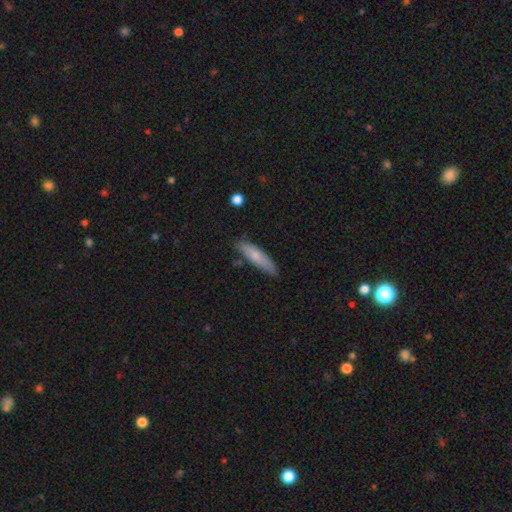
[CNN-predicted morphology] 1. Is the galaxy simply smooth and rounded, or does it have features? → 71% smooth, 23% featured or disk, 6% star or artifact.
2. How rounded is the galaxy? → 77% cigar-shaped, 22% in between, 2% round.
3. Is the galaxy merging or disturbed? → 79% none, 16% minor disturbance, 3% merger, 2% major disturbance.